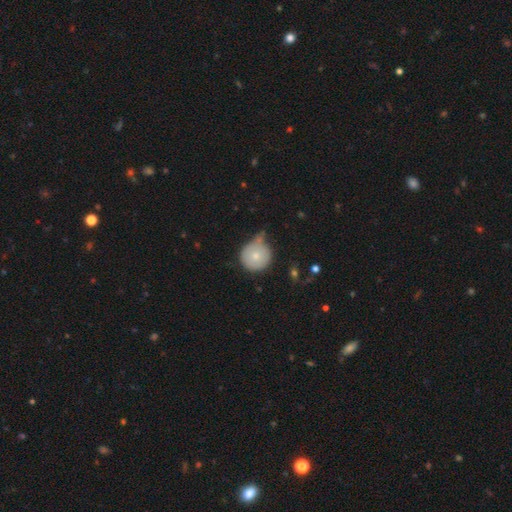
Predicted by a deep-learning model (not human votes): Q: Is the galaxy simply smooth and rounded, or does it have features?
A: smooth — 75%.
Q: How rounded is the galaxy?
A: round — 93%.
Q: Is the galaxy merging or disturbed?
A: none — 46%.